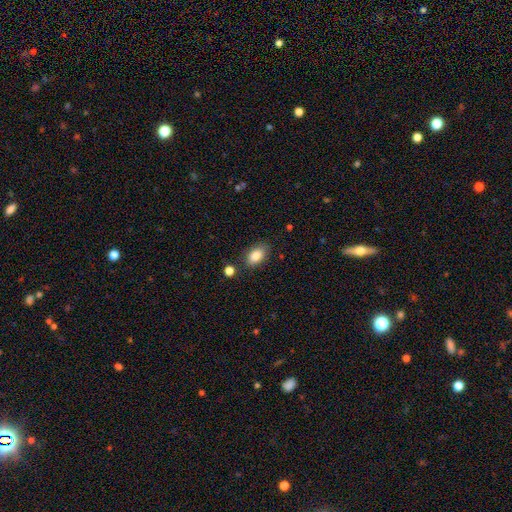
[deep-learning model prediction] smooth-or-featured: smooth: 86% | star or artifact: 8% | featured or disk: 6%
  how-rounded: in between: 90% | round: 8% | cigar-shaped: 2%
  merging: none: 81% | minor disturbance: 12% | major disturbance: 3% | merger: 3%